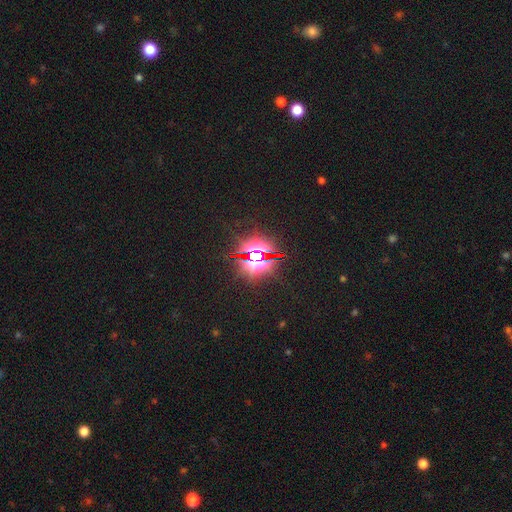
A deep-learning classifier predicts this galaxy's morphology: smooth-or-featured: star or artifact: 80% | smooth: 11% | featured or disk: 8%